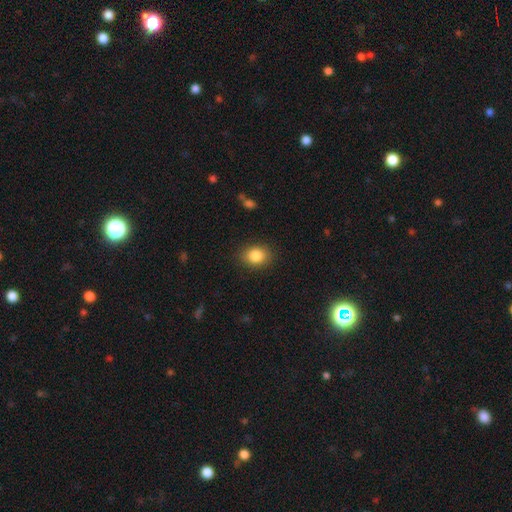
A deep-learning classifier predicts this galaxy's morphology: smooth_or_featured: smooth (p=0.86) [alt: star or artifact p=0.09]
how_rounded: in between (p=0.57) [alt: round p=0.41]
merging: none (p=0.86) [alt: minor disturbance p=0.10]